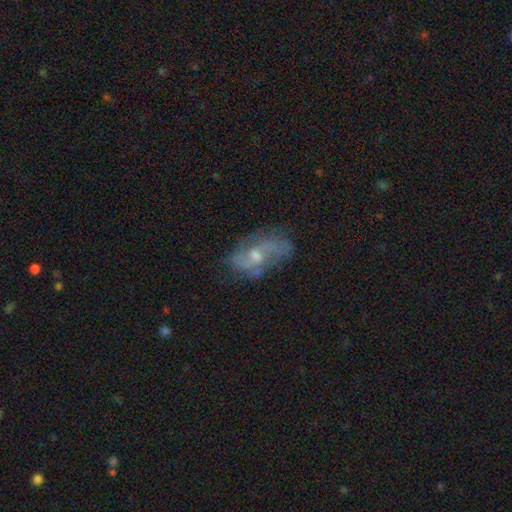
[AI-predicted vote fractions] This appears to be a featured or disk galaxy (74%) with no bar (59%), 2 (73%) loose (50%) spiral arms (85%) and a moderate central bulge (54%). Merging: none (62%).